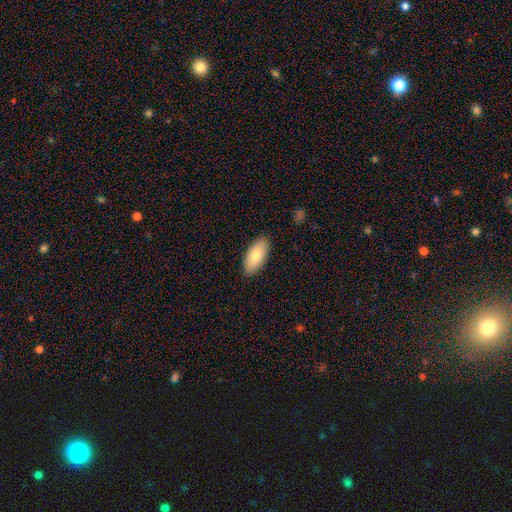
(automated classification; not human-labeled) Smooth or featured: smooth — 81% (featured or disk — 14%)
How rounded: in between — 90% (cigar-shaped — 8%)
Merging: none — 88% (minor disturbance — 9%)